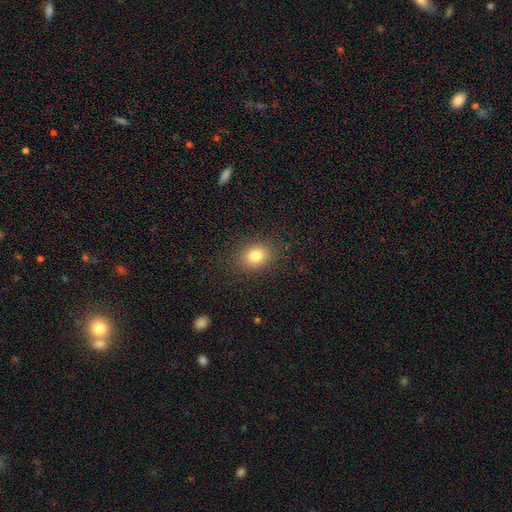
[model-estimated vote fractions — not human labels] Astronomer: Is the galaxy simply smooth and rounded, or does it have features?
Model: smooth — 80%.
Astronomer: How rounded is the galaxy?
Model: round — 51% (runner-up: in between, 48%).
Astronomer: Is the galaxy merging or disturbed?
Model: none — 87%.